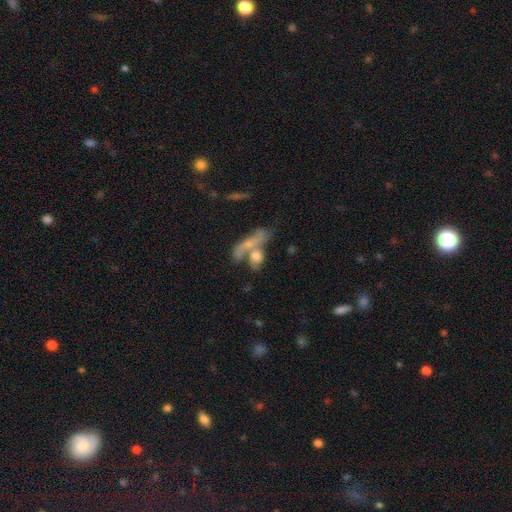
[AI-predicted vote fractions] Smooth or featured? smooth (59%)
How rounded? in between (52%)
Merging? merger (48%)